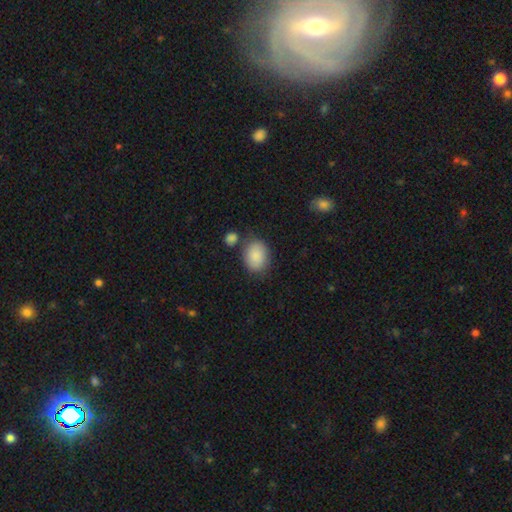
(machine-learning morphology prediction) smooth 87%, star or artifact 7%, featured or disk 6%. Down the decision tree: how rounded — in between (64%); merging — none (71%).